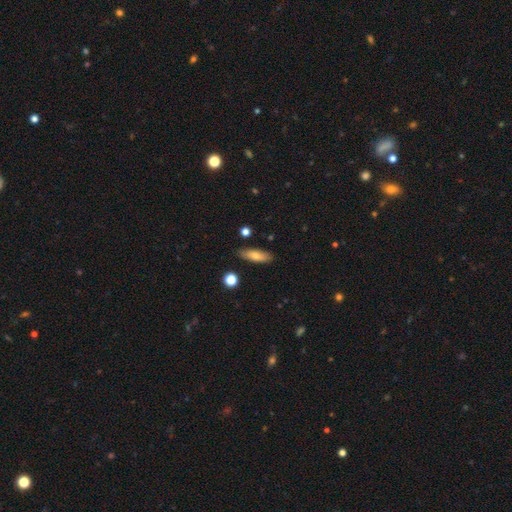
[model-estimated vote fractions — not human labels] Smooth or featured? smooth (73%)
How rounded? in between (56%)
Merging? none (86%)